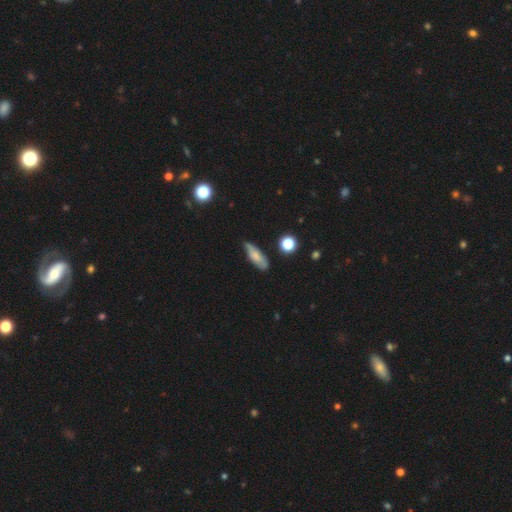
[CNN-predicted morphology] Smooth or featured?
  - smooth: 67% *
  - featured or disk: 24%
  - star or artifact: 8%
How rounded?
  - in between: 58% *
  - cigar-shaped: 39%
  - round: 4%
Merging?
  - none: 61% *
  - minor disturbance: 30%
  - major disturbance: 7%
  - merger: 3%